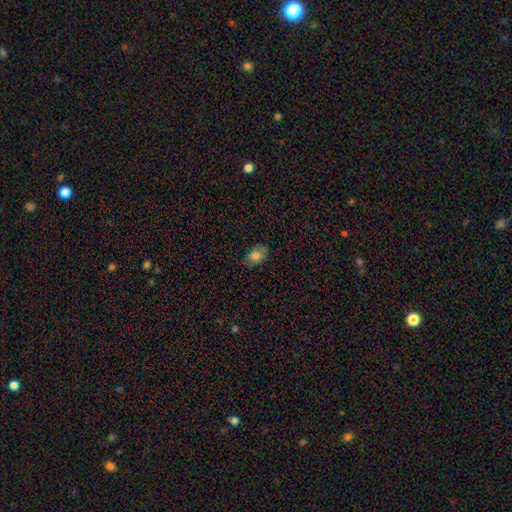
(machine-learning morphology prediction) Smooth or featured?
  - smooth: 79% *
  - featured or disk: 12%
  - star or artifact: 9%
How rounded?
  - in between: 84% *
  - round: 15%
  - cigar-shaped: 1%
Merging?
  - none: 75% *
  - minor disturbance: 20%
  - major disturbance: 4%
  - merger: 1%